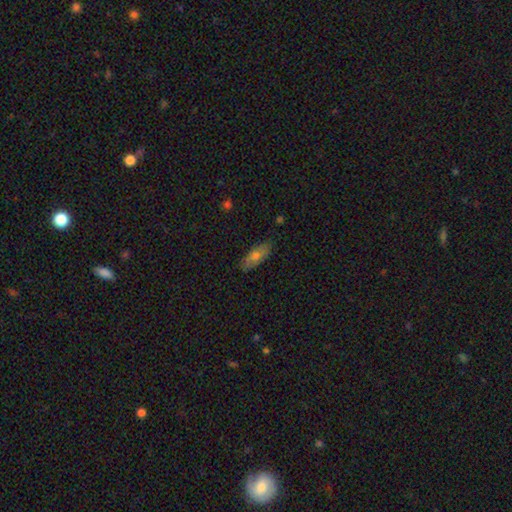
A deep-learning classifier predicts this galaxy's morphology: A smooth galaxy with no disk features (68%) that is in between round and cigar-shaped (74%).

Vote fractions:
- Smooth or featured? smooth: 68% / featured or disk: 25% / star or artifact: 7%
- How rounded? in between: 74% / cigar-shaped: 24% / round: 3%
- Merging? none: 83% / minor disturbance: 13% / major disturbance: 2% / merger: 1%